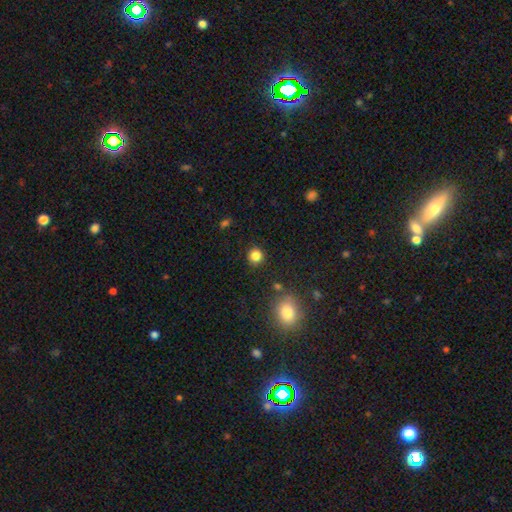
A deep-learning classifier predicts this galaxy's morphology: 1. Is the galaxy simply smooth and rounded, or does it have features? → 84% smooth, 12% star or artifact, 4% featured or disk.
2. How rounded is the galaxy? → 92% round, 8% in between, 1% cigar-shaped.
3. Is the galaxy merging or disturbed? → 89% none, 7% minor disturbance, 2% major disturbance, 2% merger.